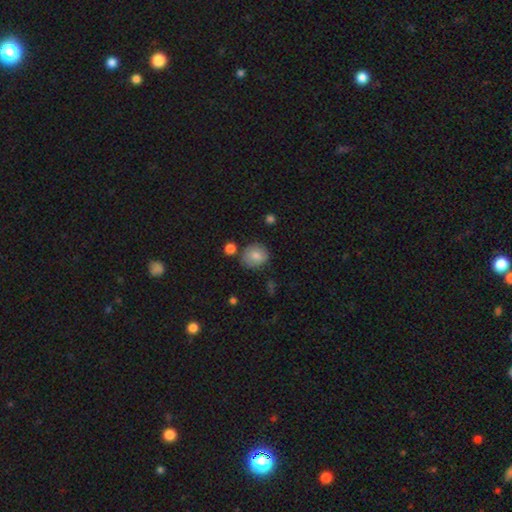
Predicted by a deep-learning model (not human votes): Morphology: type=smooth (81%); roundness=round (78%); merging=none (77%).